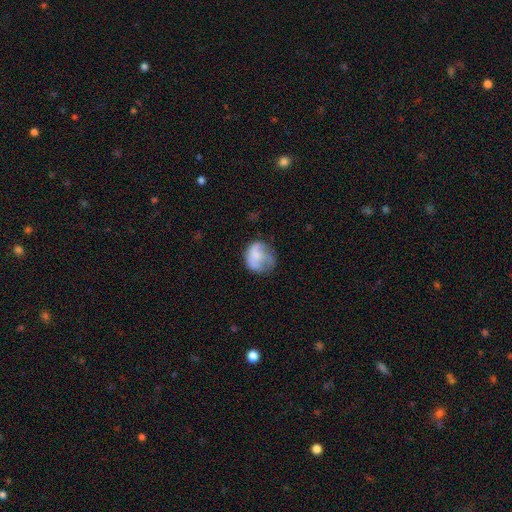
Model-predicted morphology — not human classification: Smooth or featured? Predicted: smooth (p=0.63). How rounded? Predicted: round (p=0.72). Merging? Predicted: none (p=0.47).